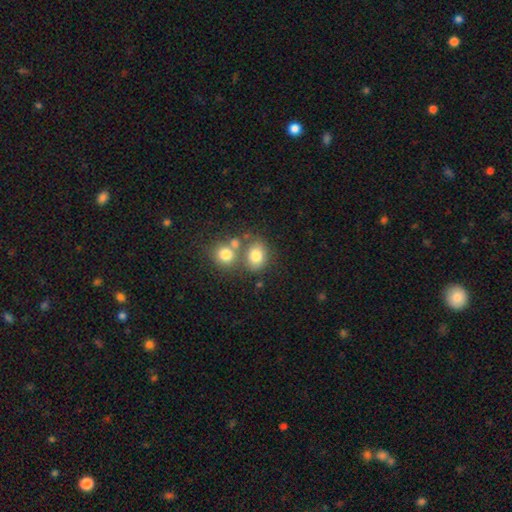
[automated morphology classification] A smooth galaxy with no disk features (78%) that is round (54%). Merging: none (50%).